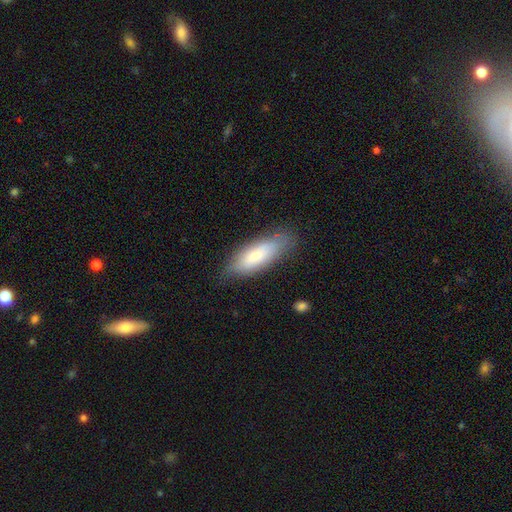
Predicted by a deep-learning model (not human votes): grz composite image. It shows a smooth galaxy with no disk features (75%) that is in between round and cigar-shaped (66%). Merging: none (76%).